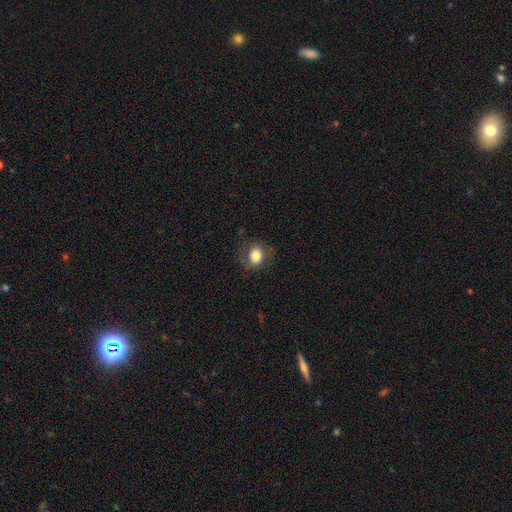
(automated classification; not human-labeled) Q: Smooth or featured?
A: smooth (77%); runner-up: featured or disk (14%)
Q: How rounded?
A: round (59%); runner-up: in between (40%)
Q: Merging?
A: none (77%); runner-up: minor disturbance (15%)